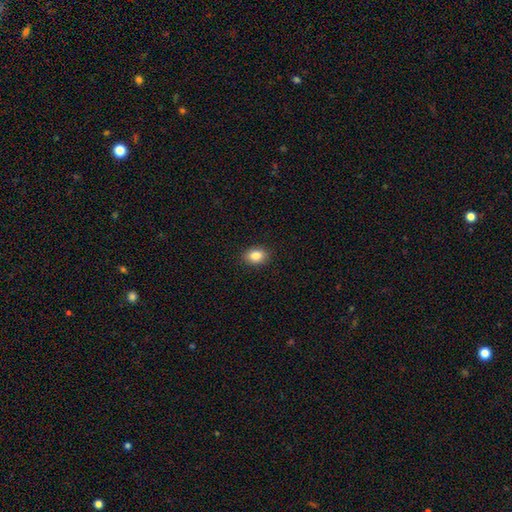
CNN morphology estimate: smooth-or-featured: smooth: 84% | star or artifact: 9% | featured or disk: 6%
  how-rounded: in between: 68% | round: 31% | cigar-shaped: 1%
  merging: none: 90% | minor disturbance: 7% | major disturbance: 2% | merger: 1%